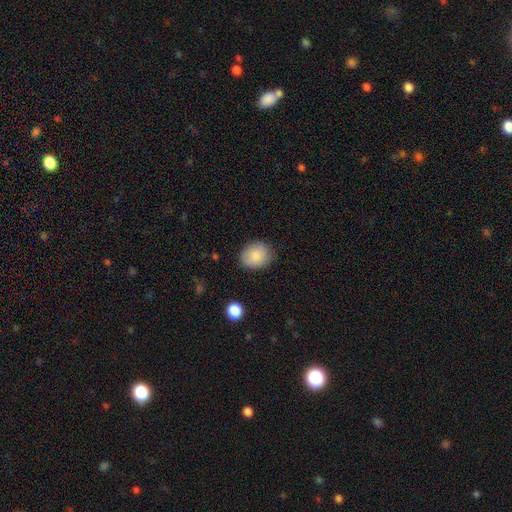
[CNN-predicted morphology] Q: Smooth or featured?
A: smooth (85%); runner-up: featured or disk (8%)
Q: How rounded?
A: in between (50%); runner-up: round (49%)
Q: Merging?
A: none (81%); runner-up: minor disturbance (14%)